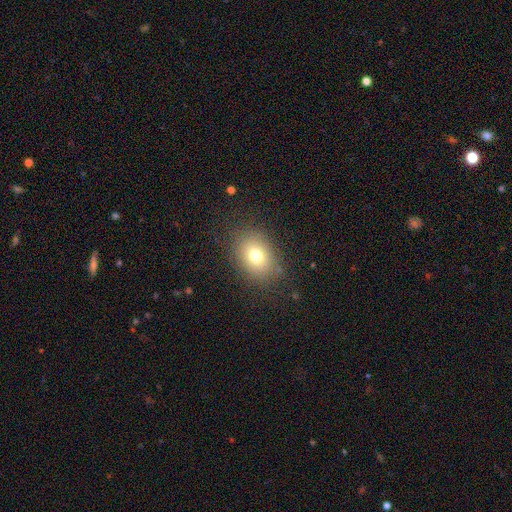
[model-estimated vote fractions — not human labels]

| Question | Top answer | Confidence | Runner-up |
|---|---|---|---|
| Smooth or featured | smooth | 73% | star or artifact (14%) |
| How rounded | in between | 58% | round (41%) |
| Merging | none | 84% | minor disturbance (10%) |